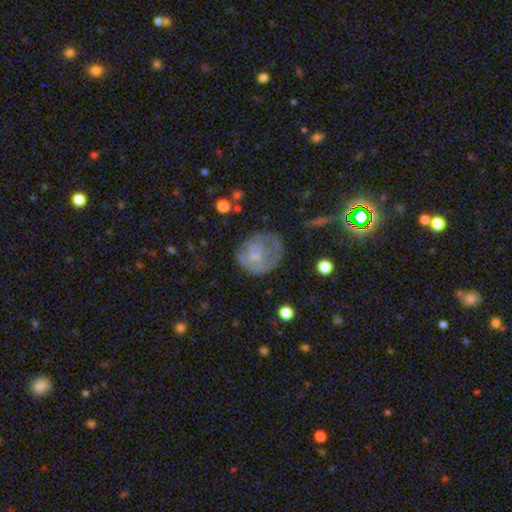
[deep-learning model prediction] smooth-or-featured: smooth: 55% | featured or disk: 36% | star or artifact: 9%
  how-rounded: round: 70% | in between: 29% | cigar-shaped: 1%
  merging: none: 48% | minor disturbance: 26% | major disturbance: 23% | merger: 2%